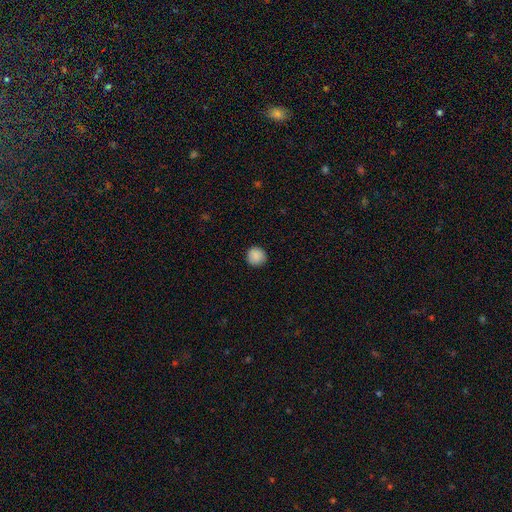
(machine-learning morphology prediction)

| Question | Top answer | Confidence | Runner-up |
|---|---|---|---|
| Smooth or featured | smooth | 89% | star or artifact (8%) |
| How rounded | round | 94% | in between (5%) |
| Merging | none | 90% | minor disturbance (7%) |